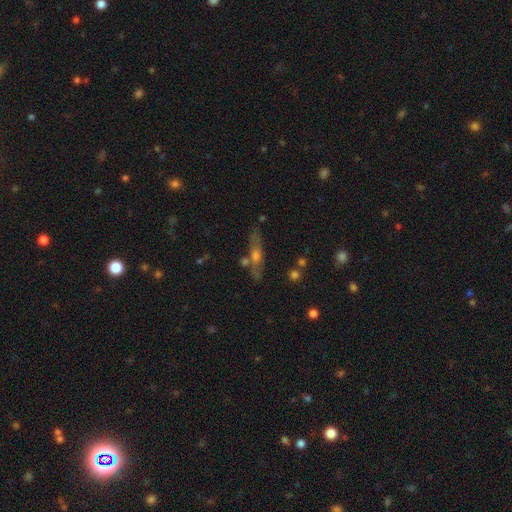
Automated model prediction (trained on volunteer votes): Smooth or featured? featured or disk (51%)
Edge-on disk? yes (69%)
Merging? none (68%)